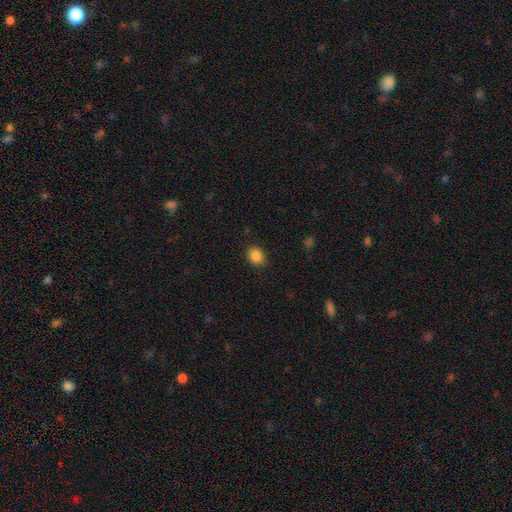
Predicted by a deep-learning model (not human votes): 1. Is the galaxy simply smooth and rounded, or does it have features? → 87% smooth, 10% star or artifact, 4% featured or disk.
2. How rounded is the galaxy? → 52% round, 47% in between, 1% cigar-shaped.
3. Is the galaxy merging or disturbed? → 88% none, 8% minor disturbance, 2% major disturbance, 1% merger.